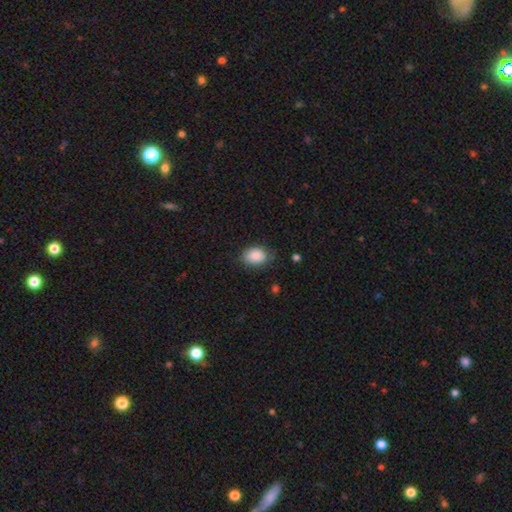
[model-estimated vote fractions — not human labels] Smooth or featured?
  - smooth: 88% *
  - star or artifact: 7%
  - featured or disk: 4%
How rounded?
  - in between: 75% *
  - round: 24%
  - cigar-shaped: 1%
Merging?
  - none: 78% *
  - minor disturbance: 17%
  - major disturbance: 4%
  - merger: 1%